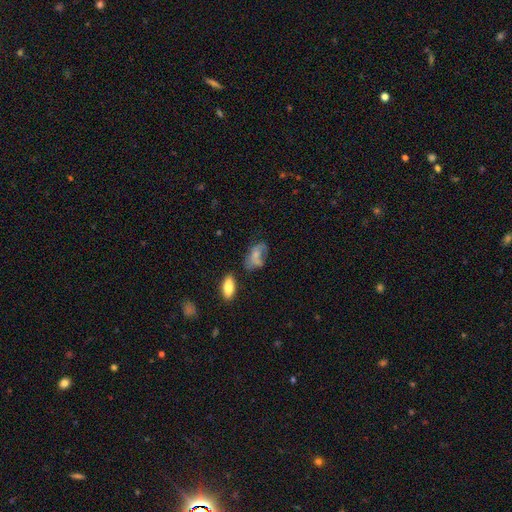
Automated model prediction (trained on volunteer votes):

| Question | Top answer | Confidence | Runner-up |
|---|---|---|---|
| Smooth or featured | smooth | 58% | featured or disk (32%) |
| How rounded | in between | 88% | round (9%) |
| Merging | none | 38% | minor disturbance (30%) |